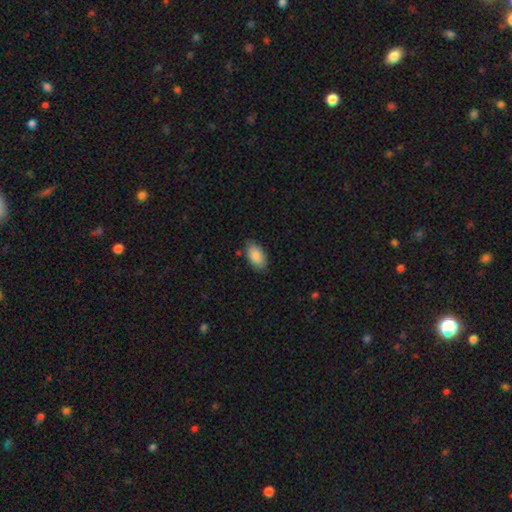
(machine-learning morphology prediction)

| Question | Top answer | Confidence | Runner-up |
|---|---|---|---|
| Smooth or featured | smooth | 88% | star or artifact (6%) |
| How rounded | in between | 94% | round (3%) |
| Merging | none | 79% | minor disturbance (17%) |